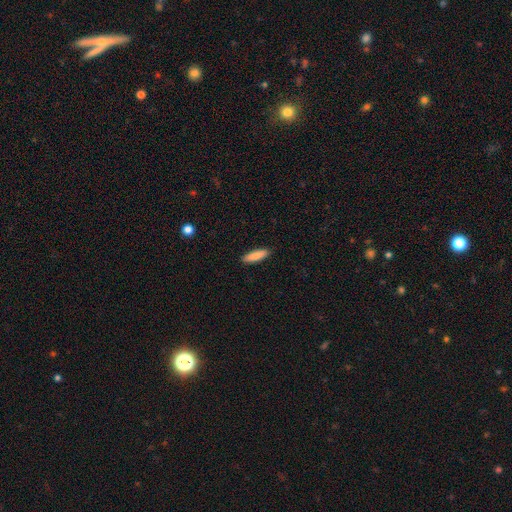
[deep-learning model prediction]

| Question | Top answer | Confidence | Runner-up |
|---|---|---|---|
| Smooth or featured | smooth | 86% | featured or disk (8%) |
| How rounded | cigar-shaped | 64% | in between (34%) |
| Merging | none | 91% | minor disturbance (7%) |